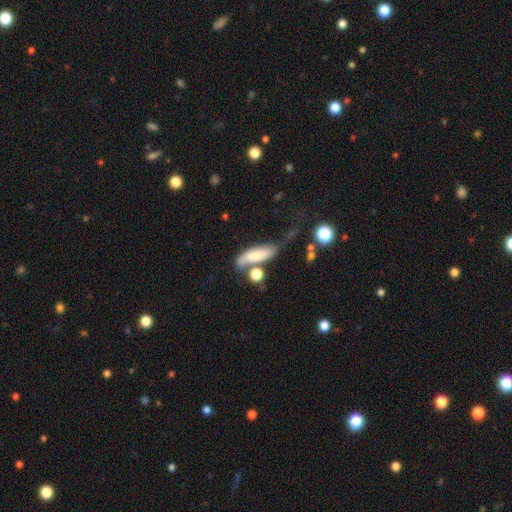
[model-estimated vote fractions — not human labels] smooth 66%, featured or disk 26%, star or artifact 8%. Down the decision tree: how rounded — in between (61%); merging — none (42%).